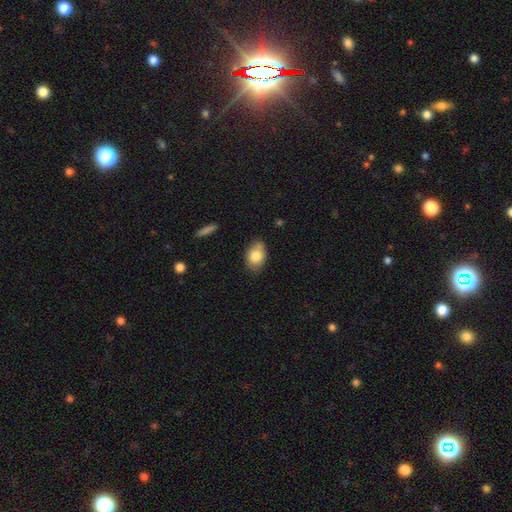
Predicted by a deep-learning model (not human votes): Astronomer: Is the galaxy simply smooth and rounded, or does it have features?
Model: smooth — 81%.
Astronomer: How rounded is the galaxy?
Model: in between — 84%.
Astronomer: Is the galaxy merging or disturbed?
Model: none — 73%.